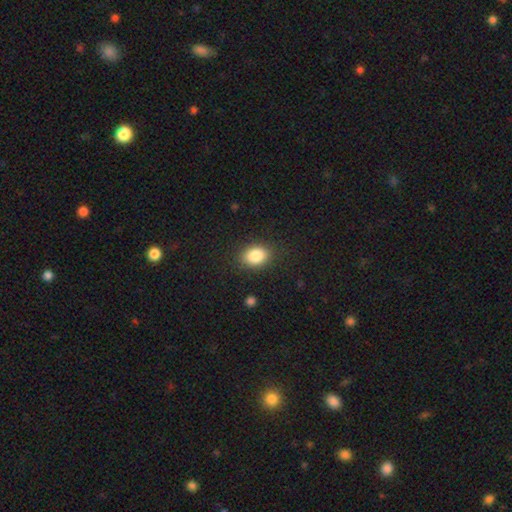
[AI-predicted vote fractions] Q: Smooth or featured?
A: smooth (86%); runner-up: star or artifact (9%)
Q: How rounded?
A: in between (69%); runner-up: round (30%)
Q: Merging?
A: none (86%); runner-up: minor disturbance (10%)